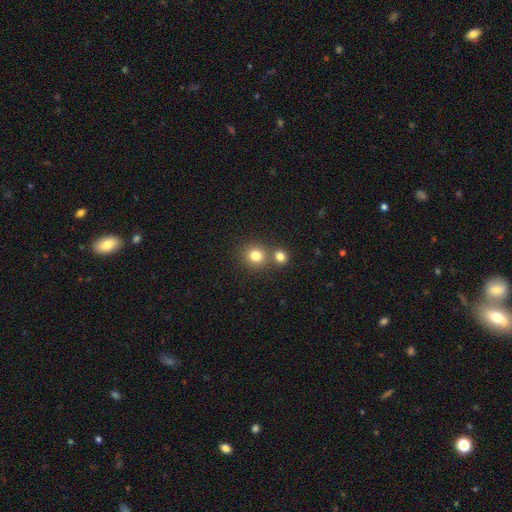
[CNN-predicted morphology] Q: Smooth or featured?
A: smooth (80%); runner-up: star or artifact (13%)
Q: How rounded?
A: round (86%); runner-up: in between (13%)
Q: Merging?
A: none (64%); runner-up: merger (26%)